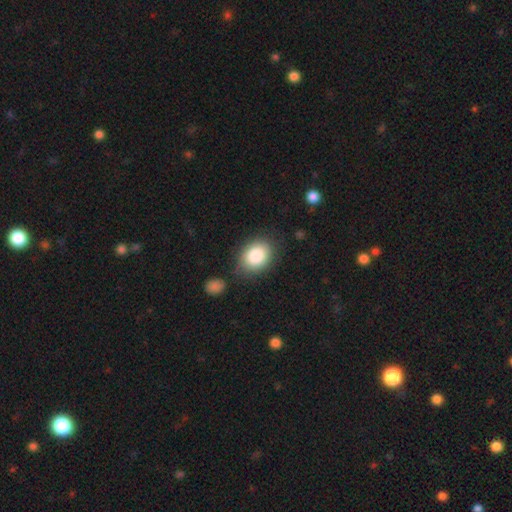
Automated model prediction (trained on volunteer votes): Smooth or featured? smooth (86%)
How rounded? in between (66%)
Merging? none (75%)